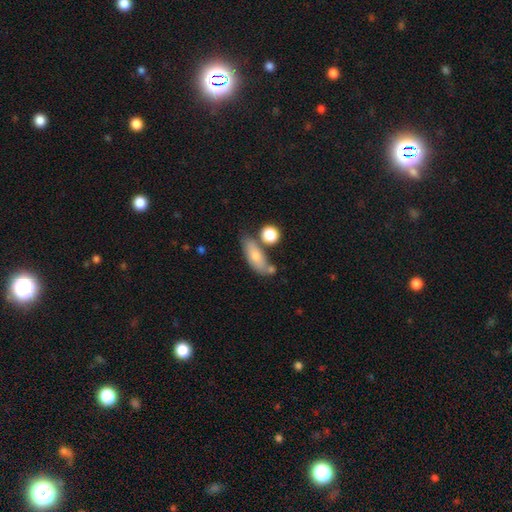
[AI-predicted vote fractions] This is likely a smooth galaxy (73%). How rounded: likely in between (67%). Merging: possibly none (55%).